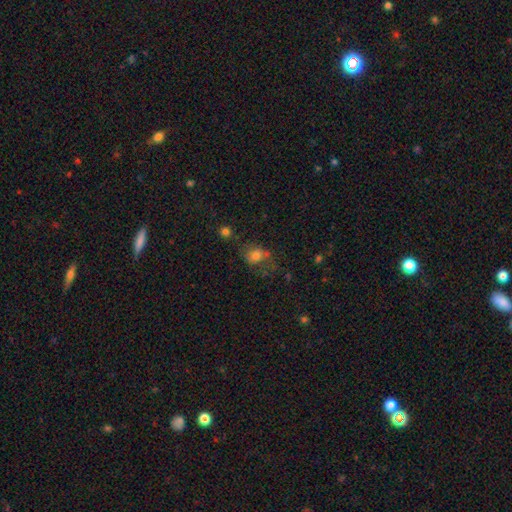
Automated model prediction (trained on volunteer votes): A smooth galaxy with no disk features (70%) that is round (50%). Merging: none (46%).